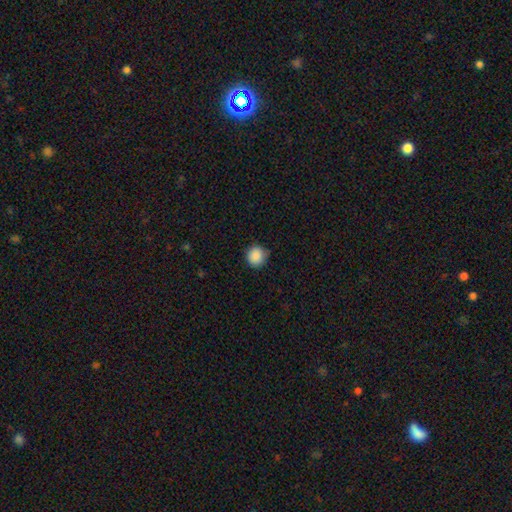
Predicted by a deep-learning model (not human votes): Overall: smooth (88%). How rounded: round (91%). Merging: none (83%).